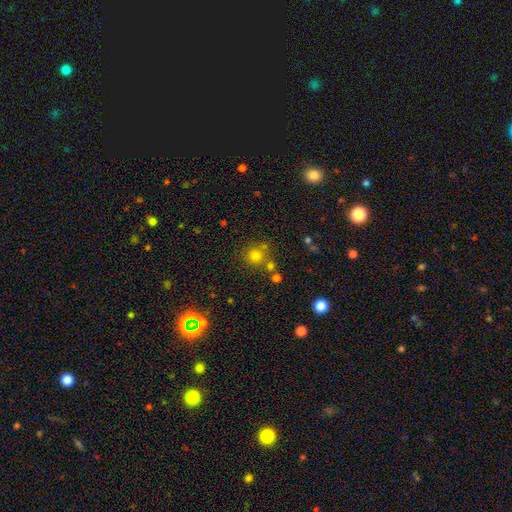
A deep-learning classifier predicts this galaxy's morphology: Overall: smooth (73%). How rounded: round (92%). Merging: none (71%).